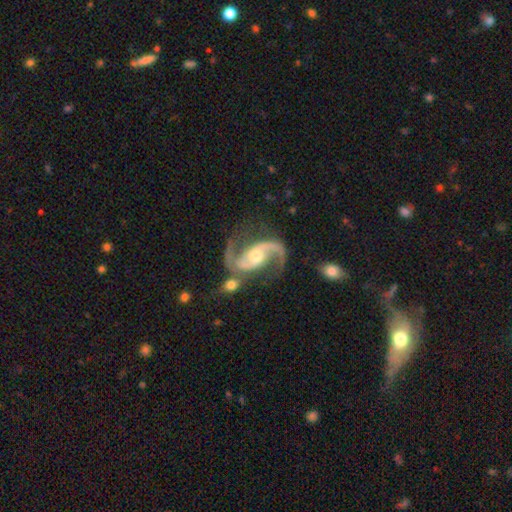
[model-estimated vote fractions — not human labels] This is clearly a featured or disk galaxy (93%). It is clearly not viewed edge-on (98%). Bar: marginally no (43%). Spiral arm pattern: clearly yes (98%). Spiral arm count: clearly 2 (94%). Spiral winding: possibly medium (50%). Central bulge: likely moderate (67%). Merging: likely none (64%).